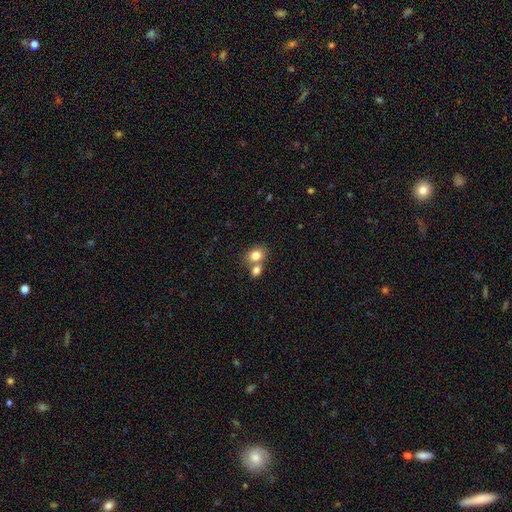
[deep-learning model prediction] A smooth galaxy with no disk features (80%) that is in between round and cigar-shaped (51%). Merging: merger (48%).